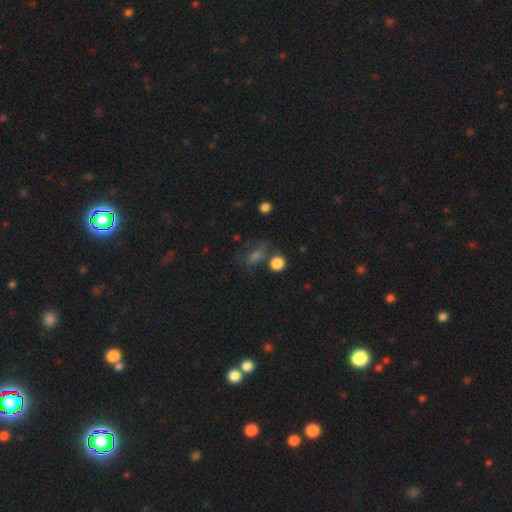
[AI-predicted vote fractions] Morphology: type=smooth (49%); merging=none (55%).